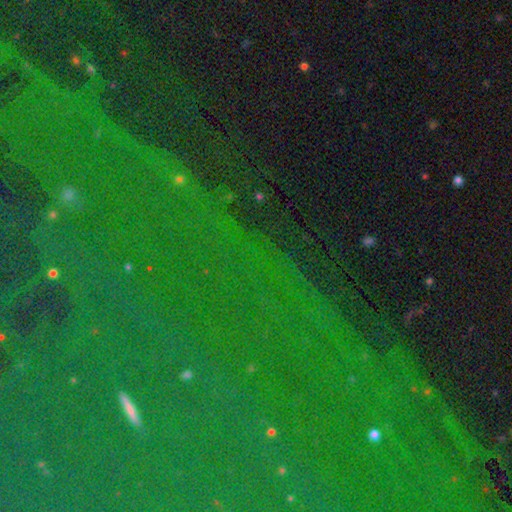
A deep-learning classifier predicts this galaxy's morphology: Smooth or featured: star or artifact — 83% (smooth — 8%)